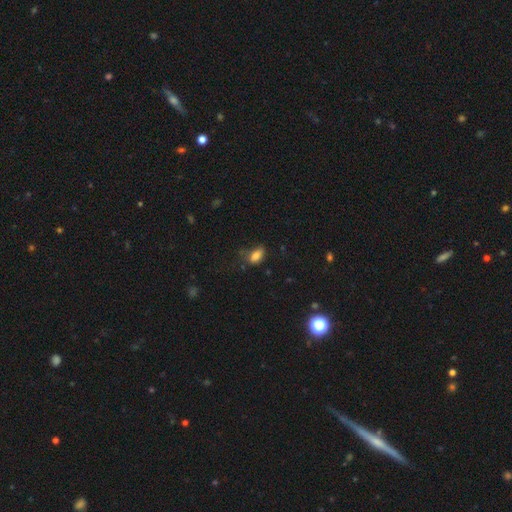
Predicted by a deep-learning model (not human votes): smooth_or_featured: smooth (p=0.81) [alt: star or artifact p=0.11]
how_rounded: in between (p=0.86) [alt: round p=0.10]
merging: none (p=0.51) [alt: minor disturbance p=0.32]